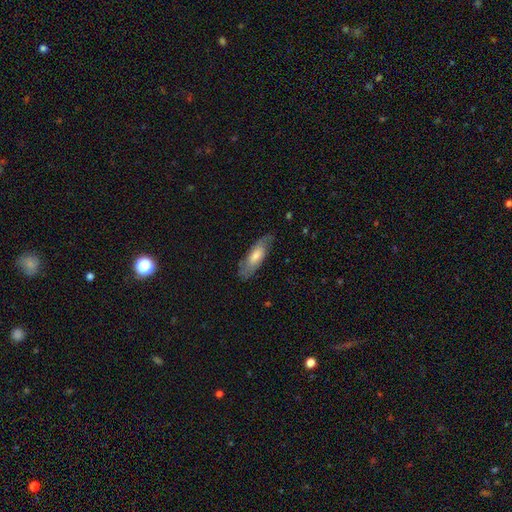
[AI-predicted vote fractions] Morphology: type=smooth (52%); roundness=in between (58%); merging=none (77%).